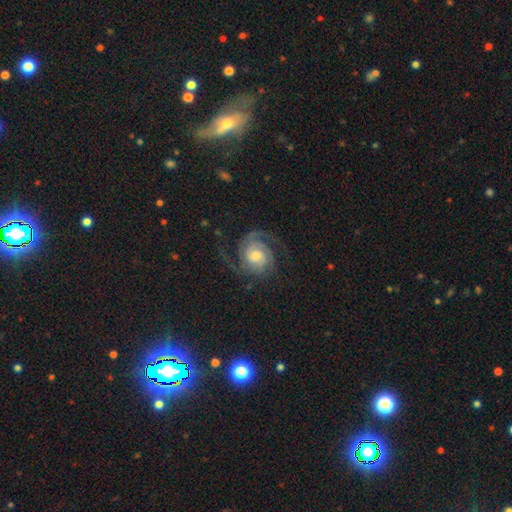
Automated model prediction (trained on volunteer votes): smooth-or-featured: featured or disk: 88% | smooth: 7% | star or artifact: 6%
  disk-edge-on: no: 98% | yes: 2%
    bar: no: 66% | weak: 28% | strong: 6%
    has-spiral-arms: yes: 98% | no: 2%
      spiral-winding: tight: 46% | medium: 42% | loose: 12%
      spiral-arm-count: 2: 69% | 3: 14% | can't tell: 7% | 4: 4% | 1: 4% | more than 4: 3%
    bulge-size: moderate: 58% | small: 23% | large: 14% | none: 3% | dominant: 2%
  merging: none: 75% | minor disturbance: 14% | major disturbance: 10% | merger: 1%